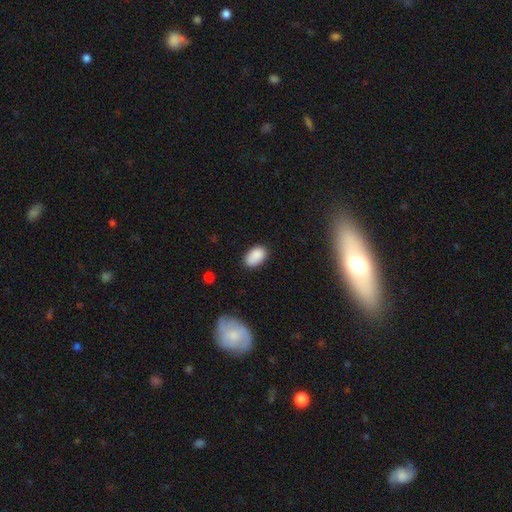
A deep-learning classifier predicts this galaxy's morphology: Smooth or featured: smooth — 89% (star or artifact — 7%)
How rounded: in between — 93% (round — 6%)
Merging: none — 82% (minor disturbance — 14%)